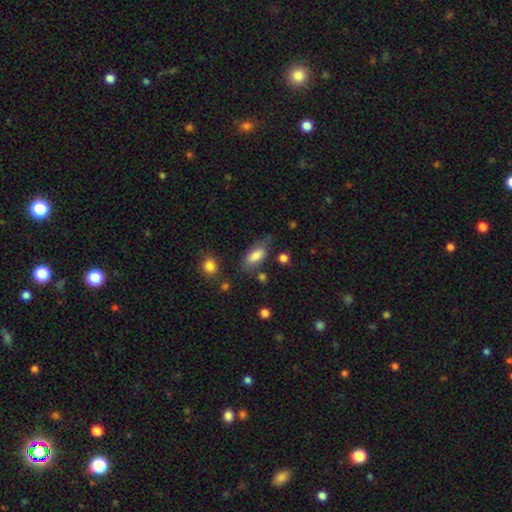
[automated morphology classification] smooth 76%, featured or disk 16%, star or artifact 7%. Down the decision tree: how rounded — in between (85%); merging — none (62%).